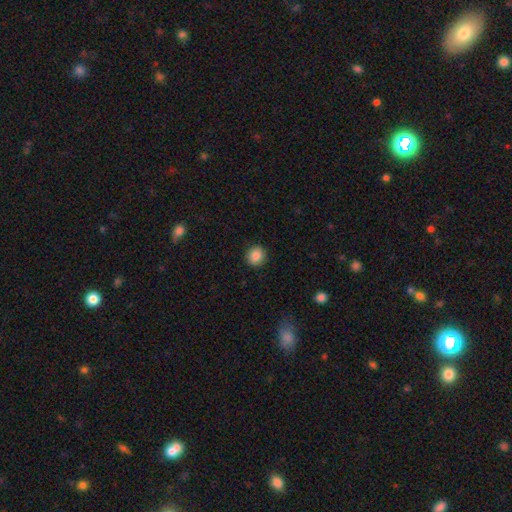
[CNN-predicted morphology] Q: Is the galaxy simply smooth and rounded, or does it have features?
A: smooth — 87%.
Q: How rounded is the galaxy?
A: round — 85%.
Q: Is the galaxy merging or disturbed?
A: none — 91%.